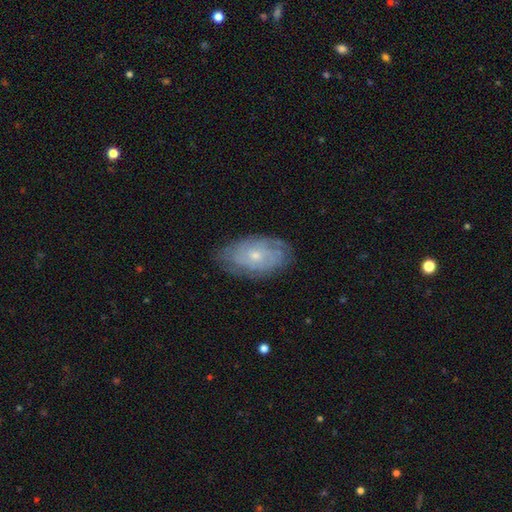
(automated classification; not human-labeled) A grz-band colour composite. It shows a featured or disk galaxy (67%) with no bar (80%), tight (71%) spiral arms (81%) and a small central bulge (67%). Merging: none (74%).